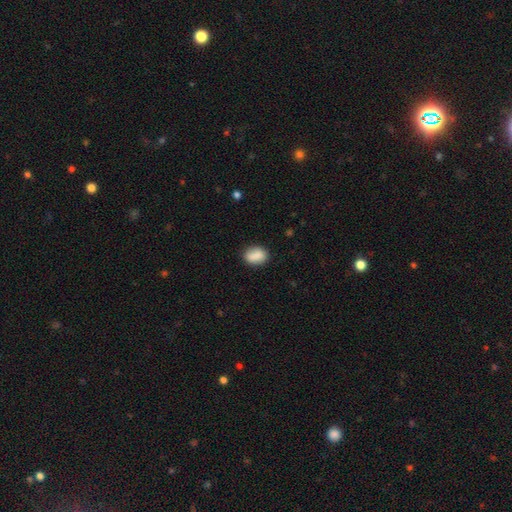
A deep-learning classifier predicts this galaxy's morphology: This is clearly a smooth galaxy (85%). How rounded: likely in between (70%). Merging: likely none (80%).